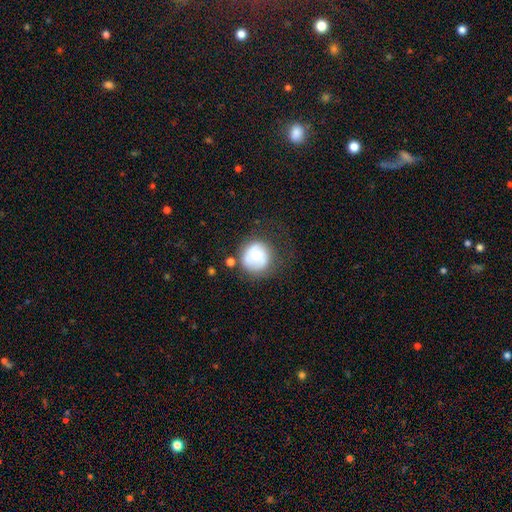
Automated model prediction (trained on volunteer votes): Overall: smooth (60%; featured or disk 32%). How rounded: round (90%). Merging: none (58%; minor disturbance 23%).